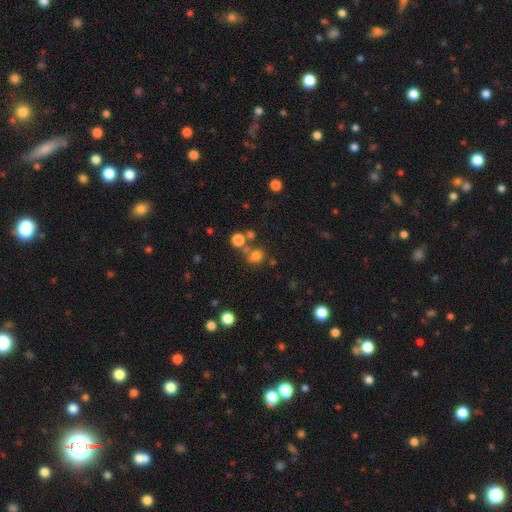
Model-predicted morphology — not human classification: Smooth or featured?
  - smooth: 73% *
  - star or artifact: 19%
  - featured or disk: 8%
How rounded?
  - round: 75% *
  - in between: 24%
  - cigar-shaped: 1%
Merging?
  - none: 63% *
  - merger: 21%
  - minor disturbance: 11%
  - major disturbance: 5%